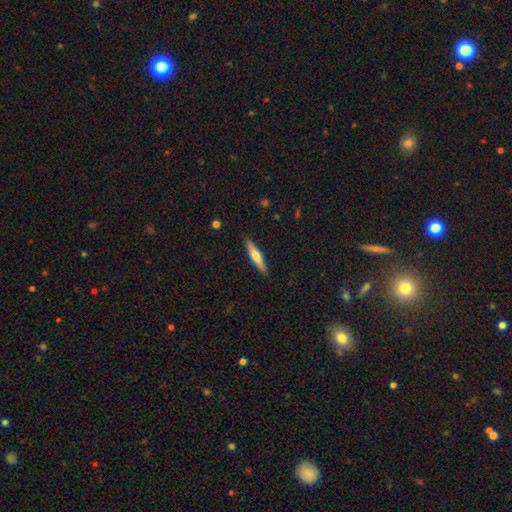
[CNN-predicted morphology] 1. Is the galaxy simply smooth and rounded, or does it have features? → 54% smooth, 41% featured or disk, 5% star or artifact.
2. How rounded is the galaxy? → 87% cigar-shaped, 11% in between, 2% round.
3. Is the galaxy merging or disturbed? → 91% none, 7% minor disturbance, 1% major disturbance, 1% merger.